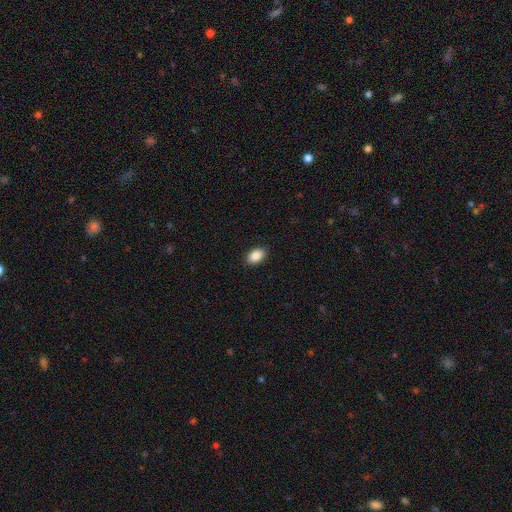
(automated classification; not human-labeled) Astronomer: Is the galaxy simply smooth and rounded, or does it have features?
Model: smooth — 89%.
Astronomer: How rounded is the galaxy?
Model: in between — 90%.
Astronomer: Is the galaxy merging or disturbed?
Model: none — 89%.